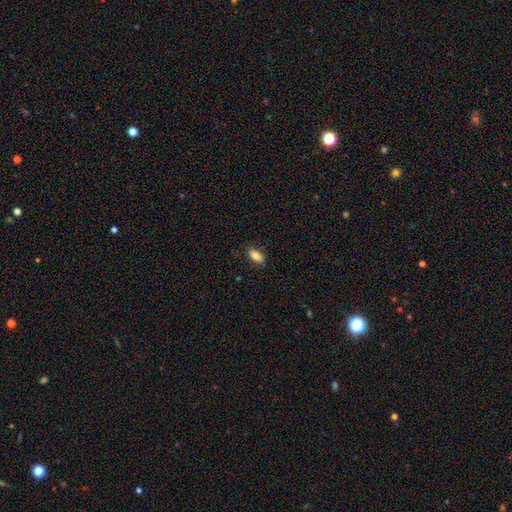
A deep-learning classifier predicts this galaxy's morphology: Q: Smooth or featured?
A: smooth (78%); runner-up: featured or disk (14%)
Q: How rounded?
A: in between (88%); runner-up: cigar-shaped (8%)
Q: Merging?
A: none (85%); runner-up: minor disturbance (12%)